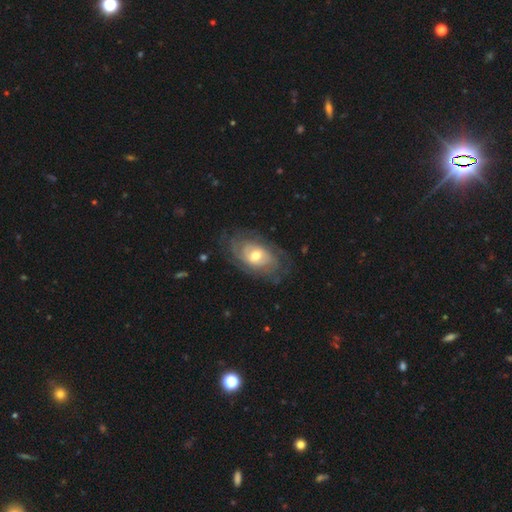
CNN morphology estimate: The model was most divided on "spiral arm count": can't tell: 48%, 2: 23%, 3: 13%, 4: 7%, 1: 5%, more than 4: 5%. More confident: edge-on disk — no (95%); spiral arms — yes (88%); smooth or featured — featured or disk (80%); merging — none (73%); bulge size — moderate (70%); spiral winding — tight (69%); bar — no (63%).